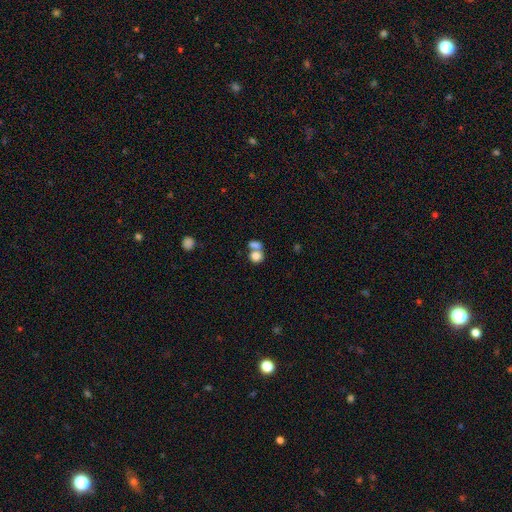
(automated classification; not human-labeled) Smooth or featured? Predicted: smooth (p=0.80). How rounded? Predicted: round (p=0.68). Merging? Predicted: merger (p=0.53).